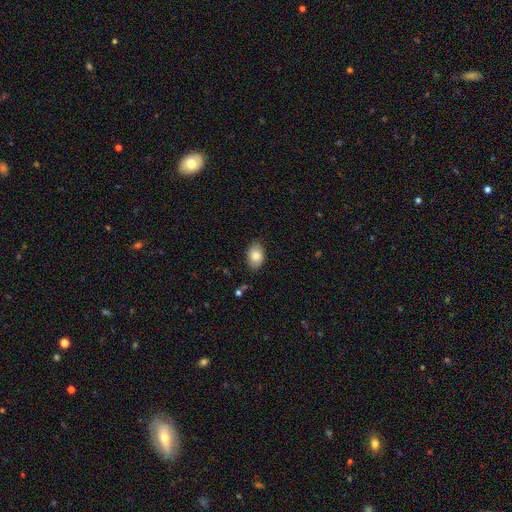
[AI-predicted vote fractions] Overall: smooth (84%). How rounded: in between (87%). Merging: none (84%).